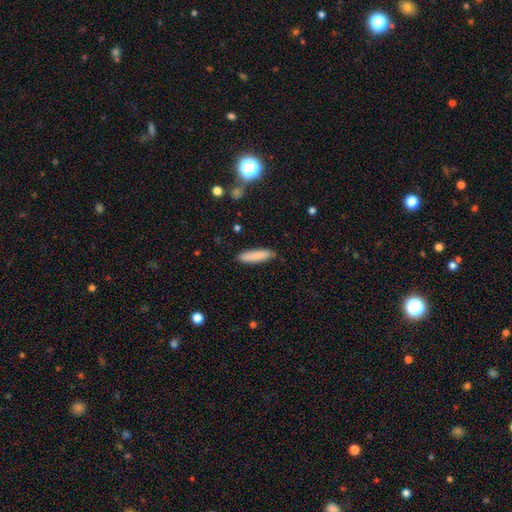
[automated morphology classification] This appears to be a smooth galaxy with no disk features (84%) that is cigar-shaped (71%). Merging: none (86%).